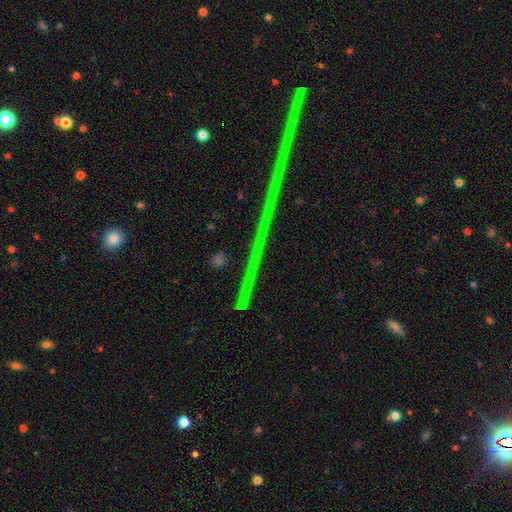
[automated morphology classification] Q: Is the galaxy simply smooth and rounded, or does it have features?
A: star or artifact — 81%.